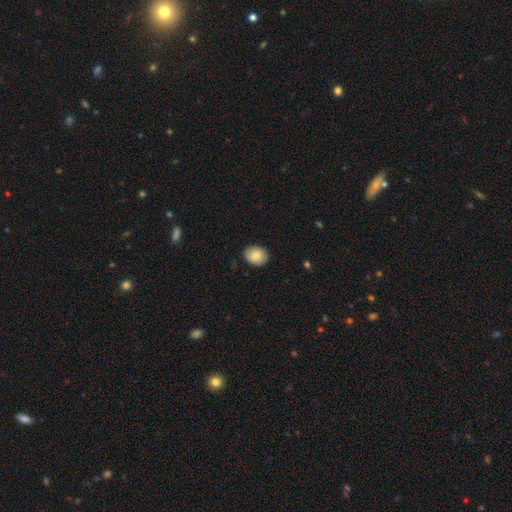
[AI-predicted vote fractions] smooth-or-featured: smooth: 83% | featured or disk: 10% | star or artifact: 7%
  how-rounded: in between: 56% | round: 43% | cigar-shaped: 1%
  merging: none: 87% | minor disturbance: 10% | major disturbance: 2% | merger: 1%